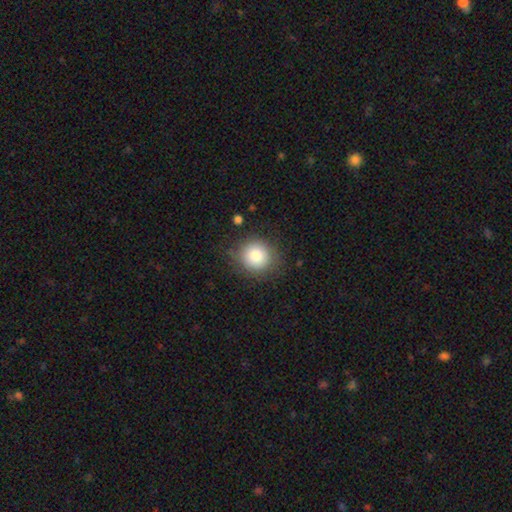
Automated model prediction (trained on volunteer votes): Smooth or featured? smooth (82%)
How rounded? round (89%)
Merging? none (81%)